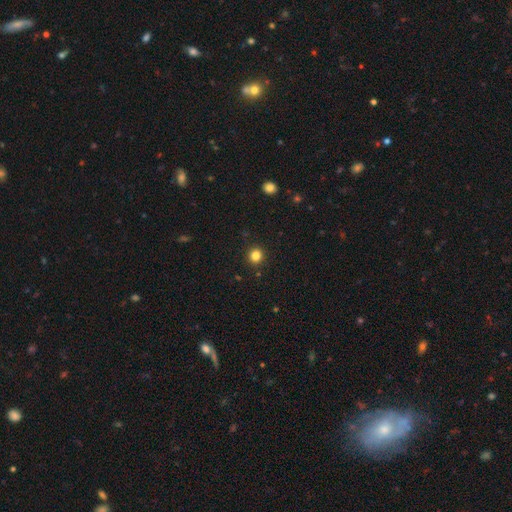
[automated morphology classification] Overall: smooth (83%). How rounded: round (93%). Merging: none (92%).